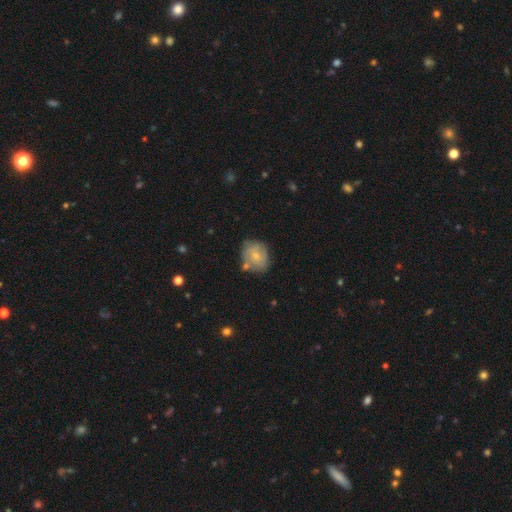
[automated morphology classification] smooth-or-featured: smooth: 58% | featured or disk: 35% | star or artifact: 7%
  how-rounded: round: 65% | in between: 34% | cigar-shaped: 1%
  merging: none: 60% | minor disturbance: 23% | merger: 11% | major disturbance: 6%